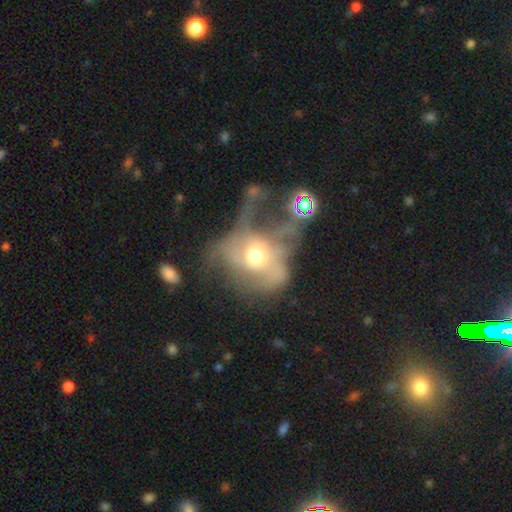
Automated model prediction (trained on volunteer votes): This appears to be a featured or disk galaxy (60%) with no bar (74%), no spiral arms (51%) and a moderate central bulge (66%). Merging: major disturbance (54%).